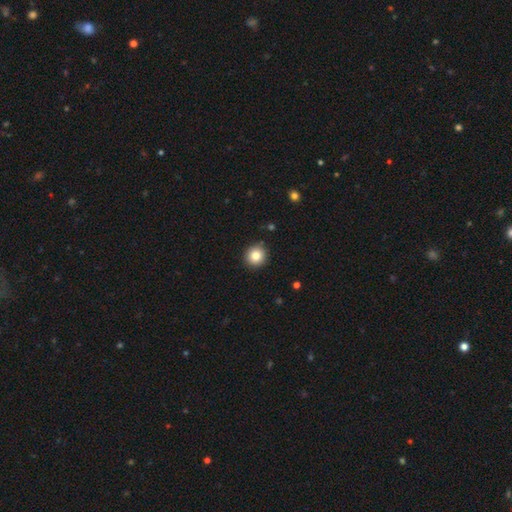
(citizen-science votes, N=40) Overall: smooth (88%). How rounded: round (86%). Merging: none (81%).